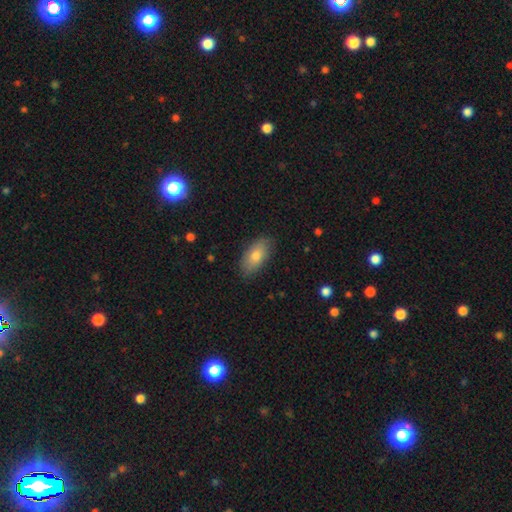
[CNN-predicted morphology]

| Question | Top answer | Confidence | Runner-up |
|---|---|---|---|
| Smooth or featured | smooth | 76% | featured or disk (16%) |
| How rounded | in between | 88% | cigar-shaped (9%) |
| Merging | none | 86% | minor disturbance (10%) |